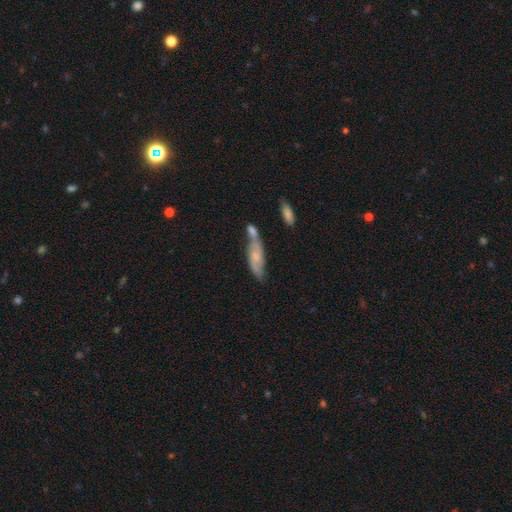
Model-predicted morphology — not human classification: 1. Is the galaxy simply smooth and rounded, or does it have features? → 53% featured or disk, 39% smooth, 8% star or artifact.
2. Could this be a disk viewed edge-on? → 75% no, 25% yes.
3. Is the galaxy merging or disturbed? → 42% none, 31% merger, 18% minor disturbance, 8% major disturbance.